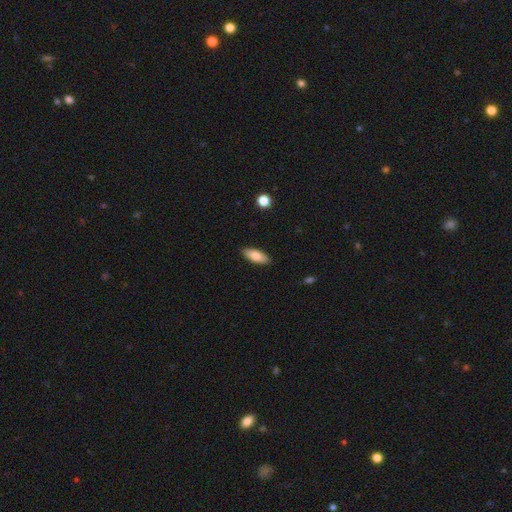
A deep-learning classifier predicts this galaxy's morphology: The model was most divided on "how rounded": in between: 76%, cigar-shaped: 22%, round: 2%. More confident: merging — none (89%); smooth or featured — smooth (80%).